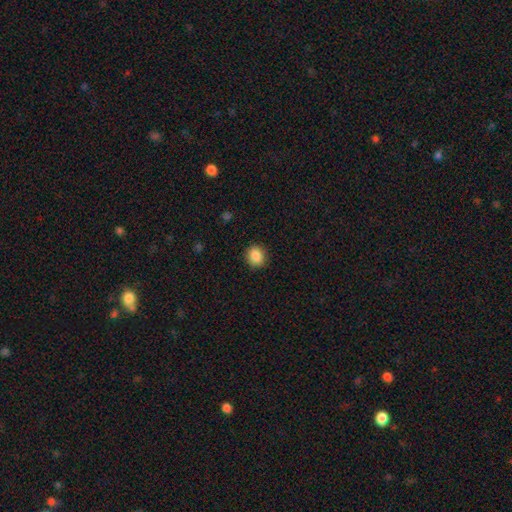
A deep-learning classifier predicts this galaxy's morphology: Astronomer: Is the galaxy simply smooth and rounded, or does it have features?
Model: smooth — 88%.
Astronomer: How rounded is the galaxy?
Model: round — 72%.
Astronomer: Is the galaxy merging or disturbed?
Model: none — 89%.